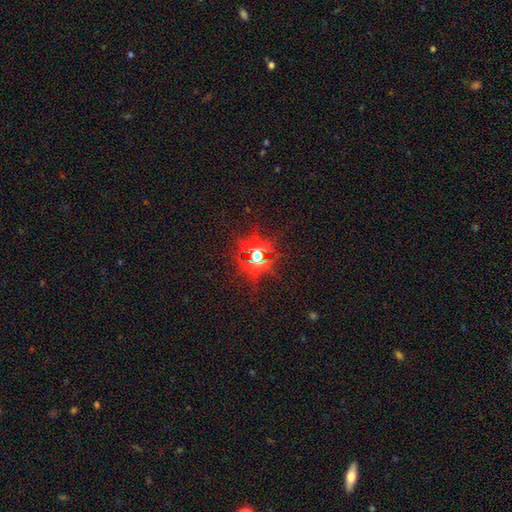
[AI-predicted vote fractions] The model was most divided on "smooth or featured": star or artifact: 78%, smooth: 13%, featured or disk: 9%.